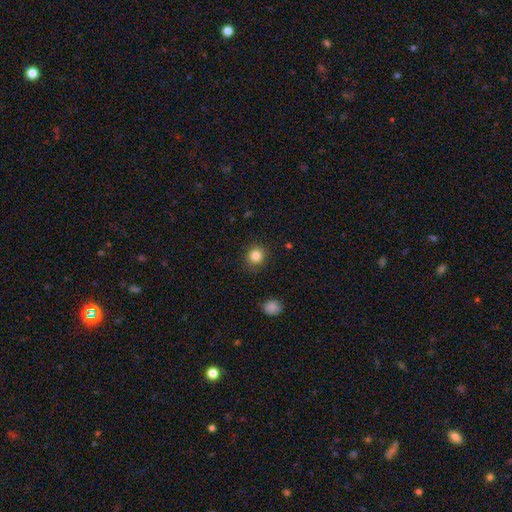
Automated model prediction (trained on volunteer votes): Morphology: type=smooth (84%); roundness=round (88%); merging=none (88%).